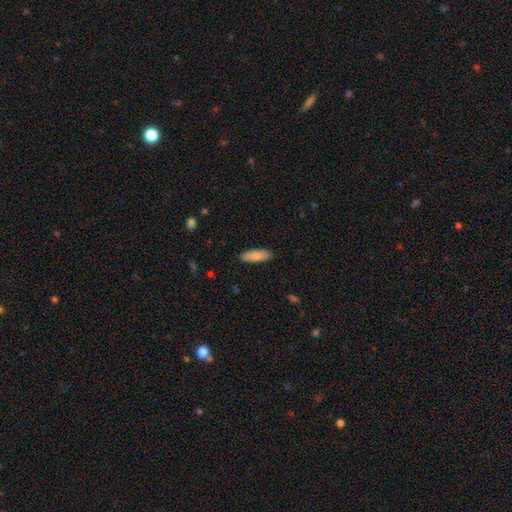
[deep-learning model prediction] Smooth or featured: smooth — 87% (featured or disk — 8%)
How rounded: in between — 60% (cigar-shaped — 38%)
Merging: none — 89% (minor disturbance — 8%)